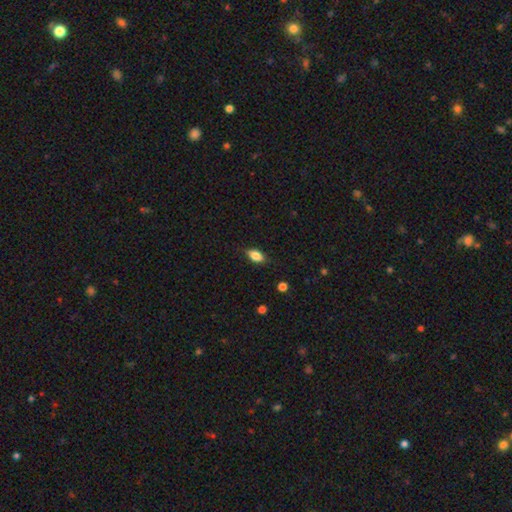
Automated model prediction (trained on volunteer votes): Smooth or featured? smooth (81%)
How rounded? in between (87%)
Merging? none (82%)